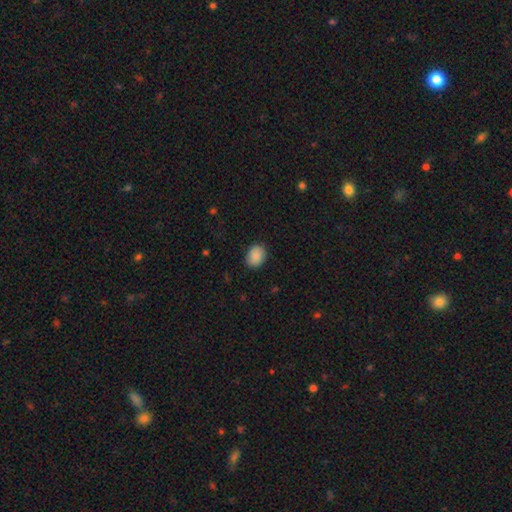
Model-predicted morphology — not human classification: Q: Smooth or featured?
A: smooth (89%); runner-up: star or artifact (7%)
Q: How rounded?
A: in between (57%); runner-up: round (42%)
Q: Merging?
A: none (86%); runner-up: minor disturbance (11%)